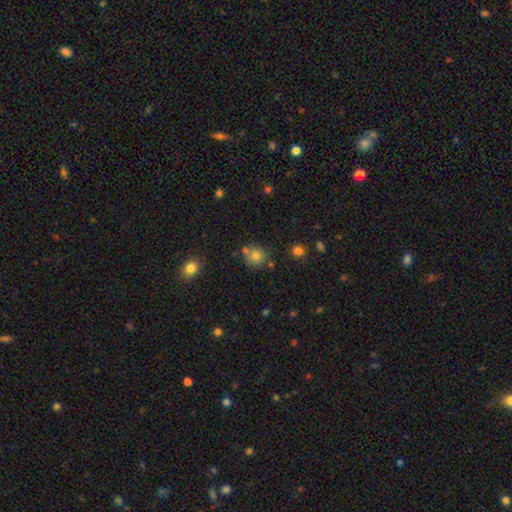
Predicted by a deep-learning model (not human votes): Smooth or featured: smooth — 76% (star or artifact — 14%)
How rounded: round — 88% (in between — 11%)
Merging: none — 71% (merger — 15%)